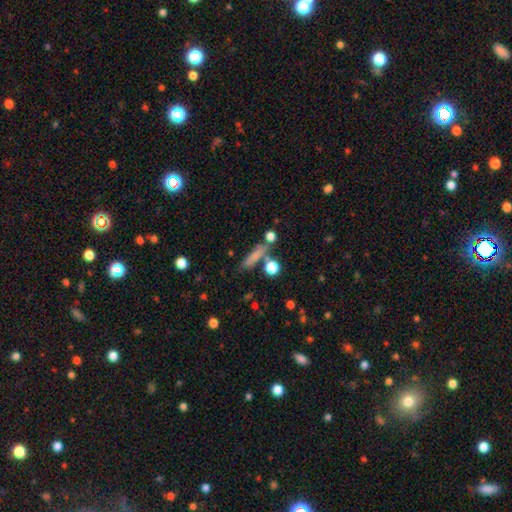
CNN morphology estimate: This is likely a smooth galaxy (71%). How rounded: likely cigar-shaped (72%). Merging: likely none (69%).